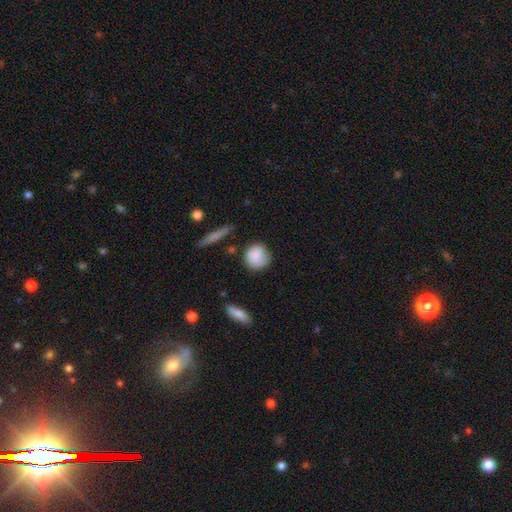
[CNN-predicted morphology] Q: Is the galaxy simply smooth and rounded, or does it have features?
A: smooth — 84%.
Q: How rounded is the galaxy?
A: round — 86%.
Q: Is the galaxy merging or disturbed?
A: none — 70%.